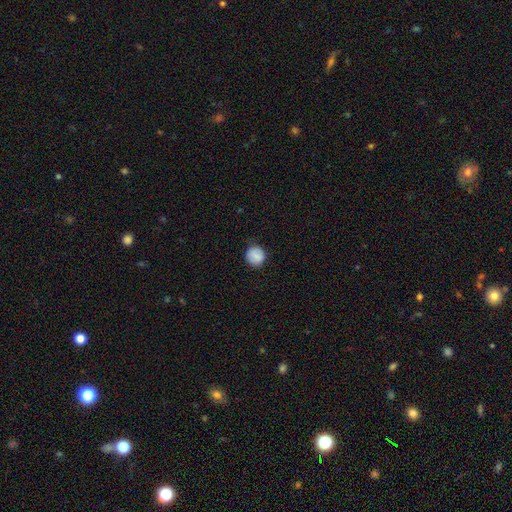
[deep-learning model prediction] Smooth or featured?
  - smooth: 87% *
  - star or artifact: 8%
  - featured or disk: 6%
How rounded?
  - round: 93% *
  - in between: 6%
  - cigar-shaped: 1%
Merging?
  - none: 86% *
  - minor disturbance: 10%
  - major disturbance: 2%
  - merger: 1%